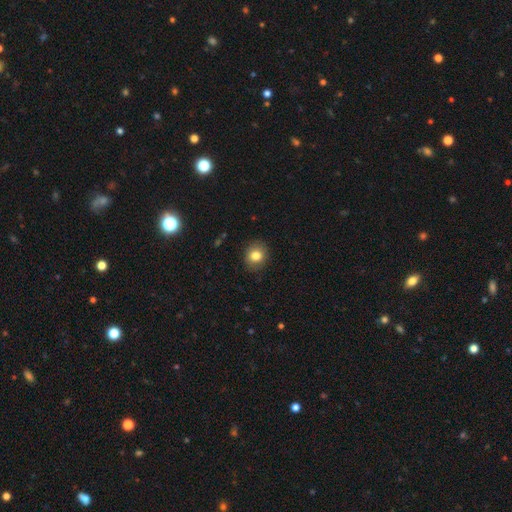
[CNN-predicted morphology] The model was most divided on "how rounded": round: 70%, in between: 29%, cigar-shaped: 1%. More confident: merging — none (87%); smooth or featured — smooth (81%).